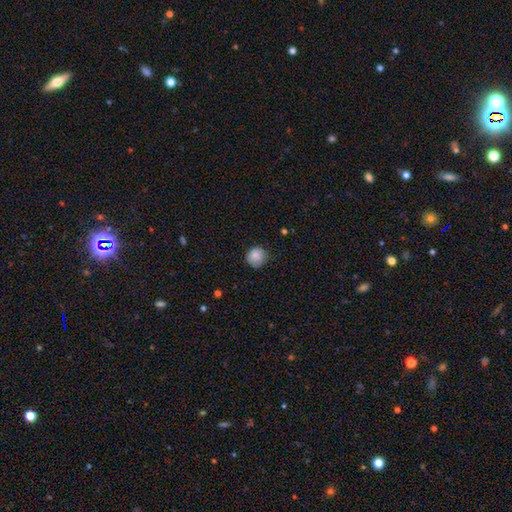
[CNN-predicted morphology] Overall: smooth (84%). How rounded: round (90%). Merging: none (75%).